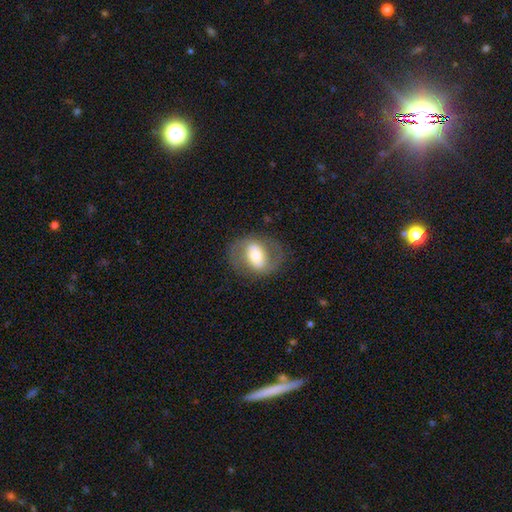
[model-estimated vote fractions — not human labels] This is possibly a featured or disk galaxy (58%). It is clearly not viewed edge-on (94%). Bar: marginally strong (39%). Spiral arm pattern: likely yes (63%). Central bulge: possibly moderate (55%). Merging: likely none (75%).